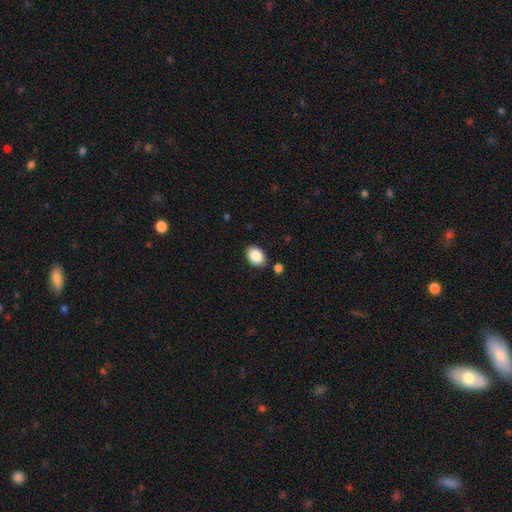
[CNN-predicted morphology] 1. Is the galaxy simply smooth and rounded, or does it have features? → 88% smooth, 7% star or artifact, 5% featured or disk.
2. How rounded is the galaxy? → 81% in between, 18% round, 1% cigar-shaped.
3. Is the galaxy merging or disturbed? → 83% none, 11% minor disturbance, 4% merger, 3% major disturbance.